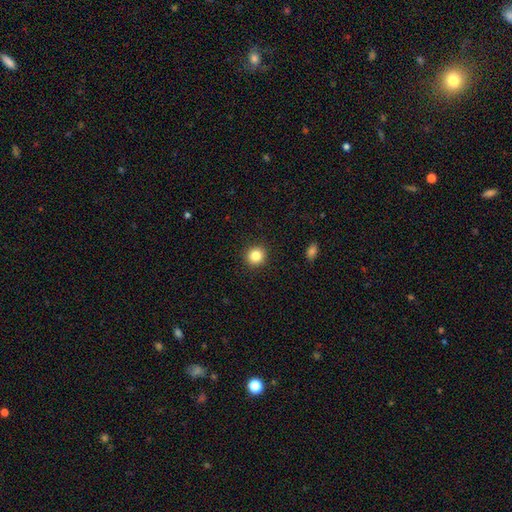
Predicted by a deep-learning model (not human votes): smooth-or-featured: smooth: 84% | star or artifact: 11% | featured or disk: 6%
  how-rounded: round: 93% | in between: 6% | cigar-shaped: 1%
  merging: none: 92% | minor disturbance: 5% | major disturbance: 2% | merger: 1%